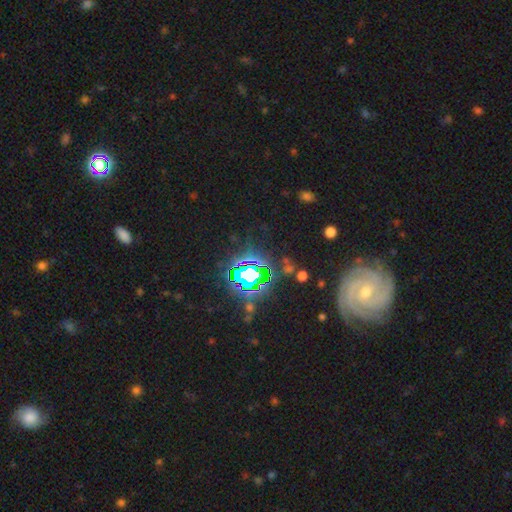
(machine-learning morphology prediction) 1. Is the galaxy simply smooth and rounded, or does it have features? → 51% star or artifact, 32% featured or disk, 16% smooth.